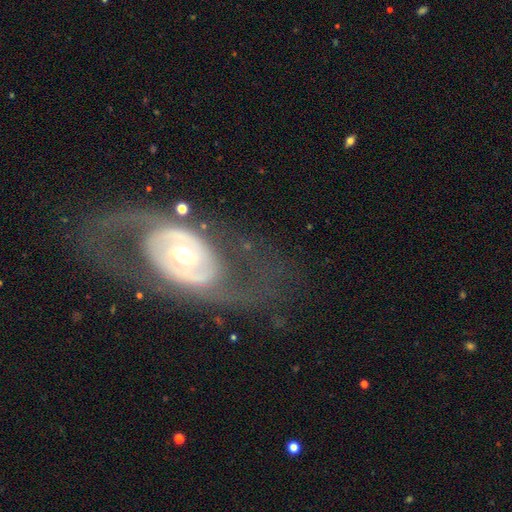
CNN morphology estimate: smooth_or_featured: featured or disk (p=0.82) [alt: smooth p=0.11]
disk_edge_on: no (p=0.93) [alt: yes p=0.07]
bar: no (p=0.54) [alt: weak p=0.27]
has_spiral_arms: yes (p=0.67) [alt: no p=0.33]
spiral_winding: medium (p=0.41) [alt: tight p=0.34]
spiral_arm_count: 2 (p=0.78) [alt: can't tell p=0.13]
bulge_size: moderate (p=0.55) [alt: small p=0.28]
merging: none (p=0.73) [alt: major disturbance p=0.14]